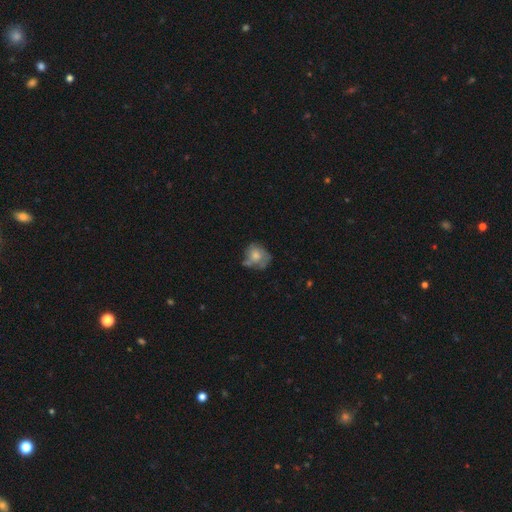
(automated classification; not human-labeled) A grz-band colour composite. It shows a smooth galaxy with no disk features (53%) that is round (65%). Merging: none (46%).